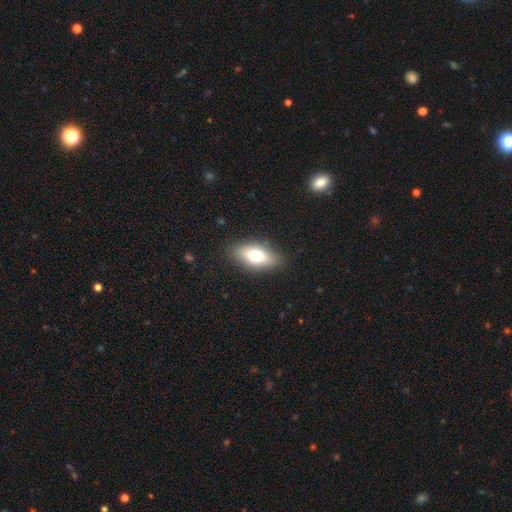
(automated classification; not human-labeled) This is likely a smooth galaxy (69%). How rounded: clearly in between (82%). Merging: clearly none (86%).